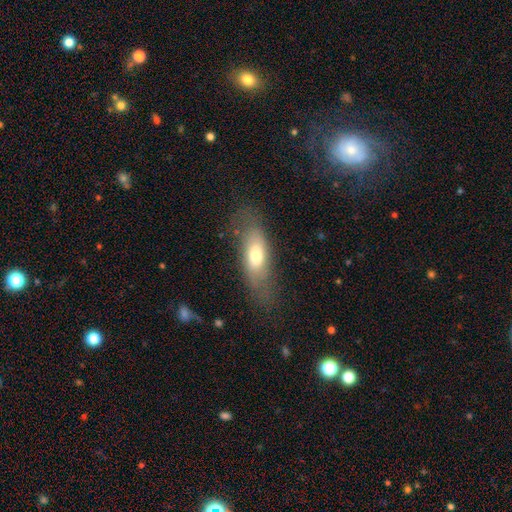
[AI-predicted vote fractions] Q: Smooth or featured?
A: smooth (65%); runner-up: featured or disk (27%)
Q: How rounded?
A: in between (68%); runner-up: cigar-shaped (29%)
Q: Merging?
A: none (69%); runner-up: minor disturbance (20%)